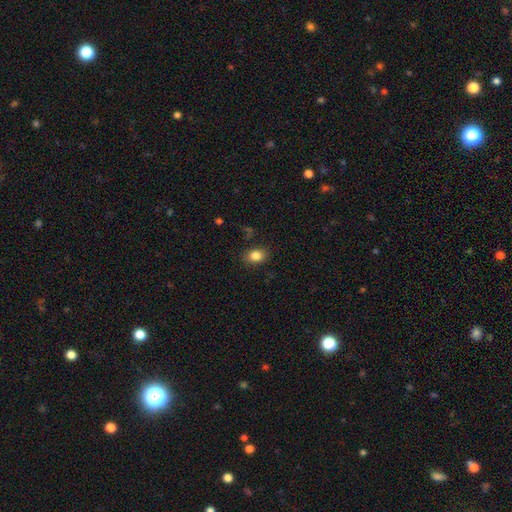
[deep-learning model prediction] Q: Smooth or featured?
A: smooth (84%); runner-up: star or artifact (10%)
Q: How rounded?
A: in between (69%); runner-up: round (30%)
Q: Merging?
A: none (85%); runner-up: minor disturbance (10%)